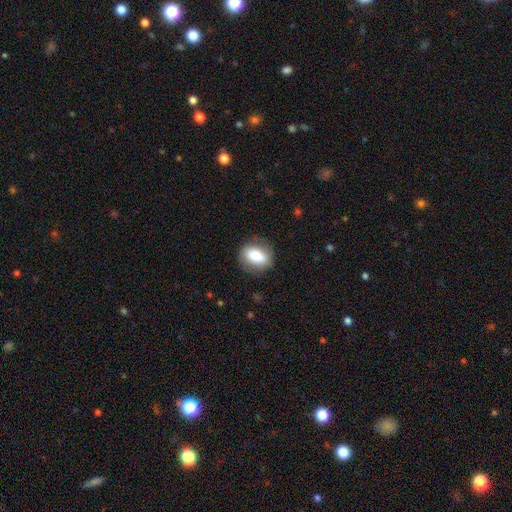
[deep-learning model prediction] smooth 76%, featured or disk 17%, star or artifact 7%. Down the decision tree: how rounded — in between (61%); merging — none (82%).